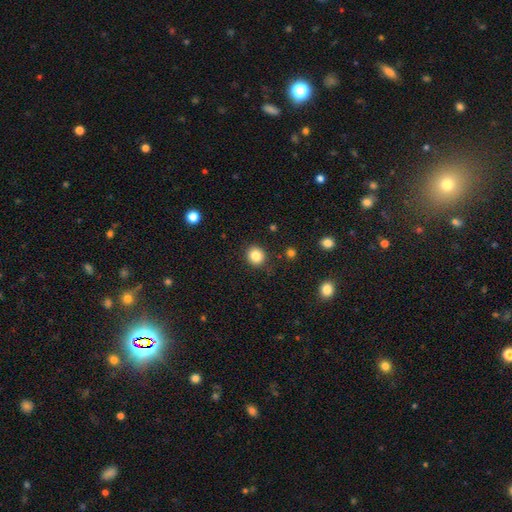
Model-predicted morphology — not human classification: This appears to be a smooth galaxy with no disk features (84%) that is round (87%). Merging: none (88%).